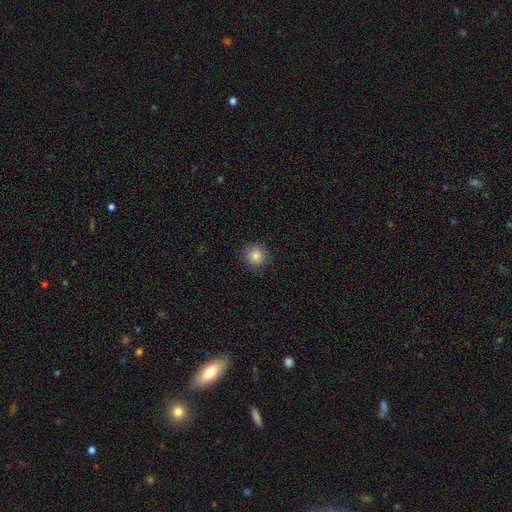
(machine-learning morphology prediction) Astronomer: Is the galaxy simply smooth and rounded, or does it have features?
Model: smooth — 85%.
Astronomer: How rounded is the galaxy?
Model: round — 93%.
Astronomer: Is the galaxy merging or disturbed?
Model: none — 90%.